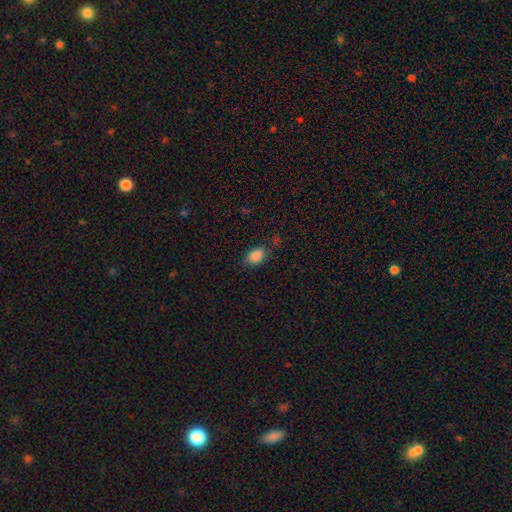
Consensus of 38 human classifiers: Smooth or featured?
  - smooth: 84% *
  - star or artifact: 11%
  - featured or disk: 5%
How rounded?
  - in between: 75% *
  - round: 25%
  - cigar-shaped: 0%
Merging?
  - none: 79% *
  - minor disturbance: 12%
  - major disturbance: 6%
  - merger: 3%